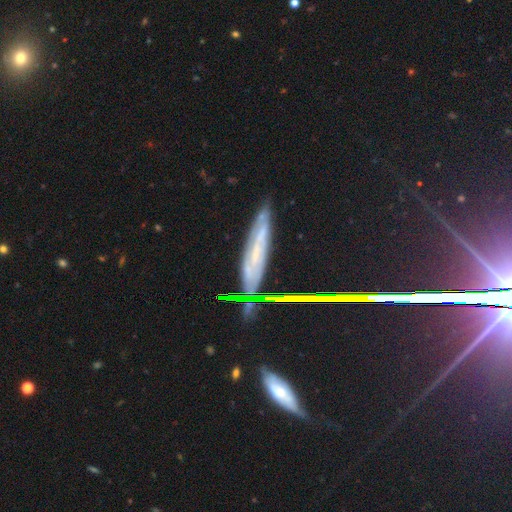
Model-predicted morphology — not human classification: The model was most divided on "smooth or featured": featured or disk: 54%, smooth: 26%, star or artifact: 20%. More confident: merging — none (70%); edge-on disk — yes (67%).